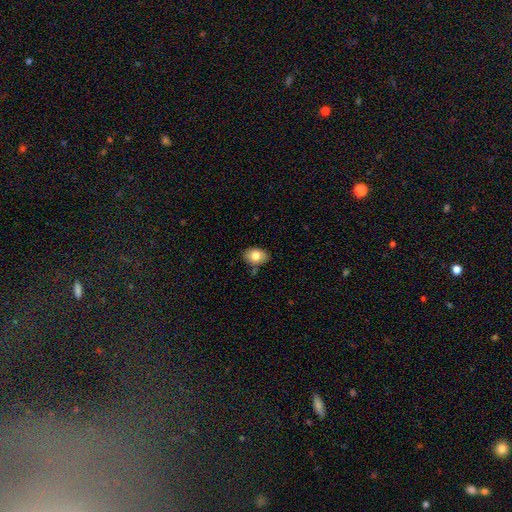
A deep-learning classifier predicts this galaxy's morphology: Smooth or featured?
  - smooth: 79% *
  - featured or disk: 13%
  - star or artifact: 8%
How rounded?
  - in between: 77% *
  - round: 22%
  - cigar-shaped: 1%
Merging?
  - none: 76% *
  - minor disturbance: 17%
  - merger: 4%
  - major disturbance: 3%